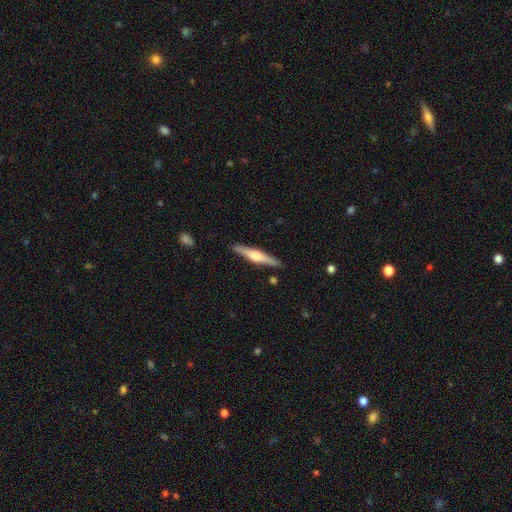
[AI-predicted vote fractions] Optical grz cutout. It shows a featured or disk galaxy (62%) viewed edge-on (97%) with a rounded central bulge (83%). Merging: none (89%).